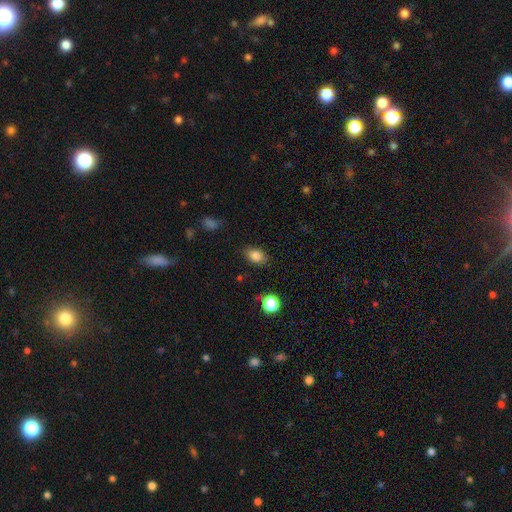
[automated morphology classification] Q: Smooth or featured?
A: smooth (83%); runner-up: star or artifact (10%)
Q: How rounded?
A: in between (82%); runner-up: round (16%)
Q: Merging?
A: none (83%); runner-up: minor disturbance (13%)